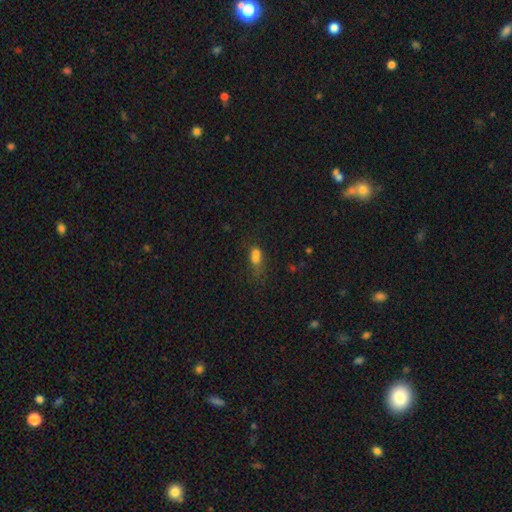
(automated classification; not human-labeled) smooth-or-featured: smooth: 68% | featured or disk: 16% | star or artifact: 16%
  how-rounded: in between: 59% | round: 32% | cigar-shaped: 8%
  merging: merger: 50% | none: 24% | minor disturbance: 14% | major disturbance: 12%